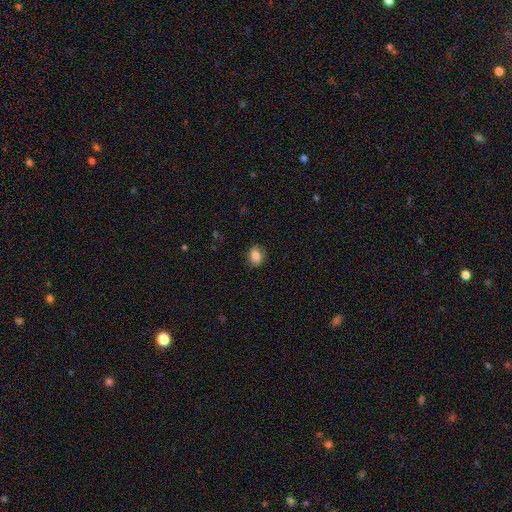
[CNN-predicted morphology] A smooth galaxy with no disk features (83%) that is in between round and cigar-shaped (61%).

Vote fractions:
- Smooth or featured? smooth: 83% / star or artifact: 9% / featured or disk: 8%
- How rounded? in between: 61% / round: 37% / cigar-shaped: 2%
- Merging? none: 84% / minor disturbance: 12% / major disturbance: 3% / merger: 1%